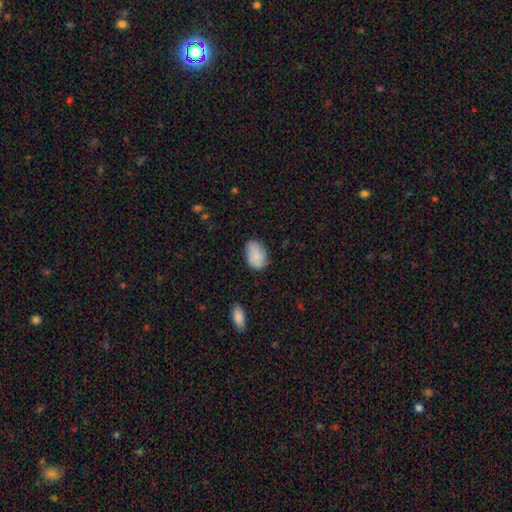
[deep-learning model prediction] Smooth or featured?
  - smooth: 83% *
  - featured or disk: 10%
  - star or artifact: 7%
How rounded?
  - in between: 84% *
  - round: 15%
  - cigar-shaped: 1%
Merging?
  - none: 73% *
  - minor disturbance: 21%
  - major disturbance: 4%
  - merger: 2%